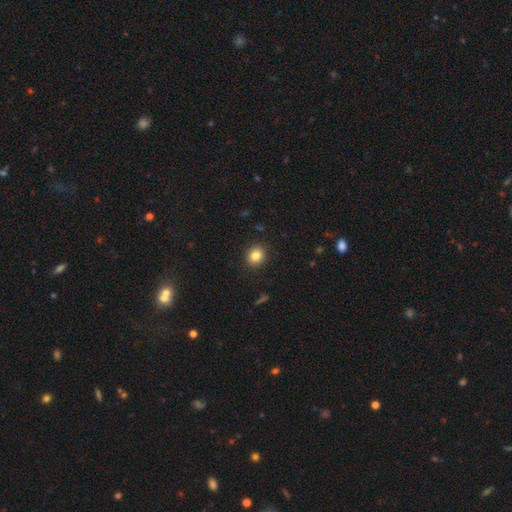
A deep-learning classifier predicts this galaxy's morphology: smooth_or_featured: smooth (p=0.83) [alt: star or artifact p=0.11]
how_rounded: round (p=0.69) [alt: in between p=0.30]
merging: none (p=0.90) [alt: minor disturbance p=0.07]